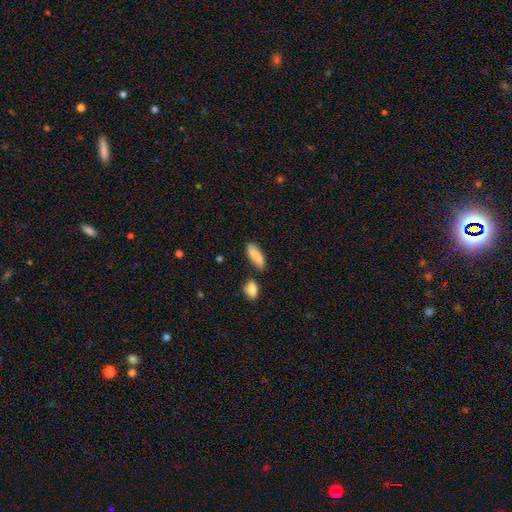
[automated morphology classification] Smooth or featured? Predicted: smooth (p=0.78). How rounded? Predicted: in between (p=0.65). Merging? Predicted: none (p=0.63).